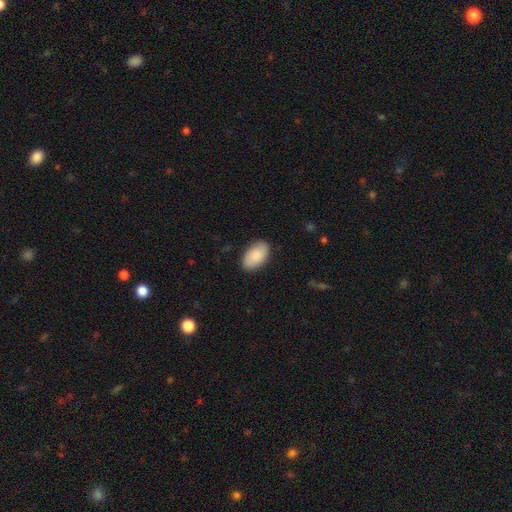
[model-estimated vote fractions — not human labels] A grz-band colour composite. It shows a smooth galaxy with no disk features (87%) that is in between round and cigar-shaped (94%). Merging: none (85%).